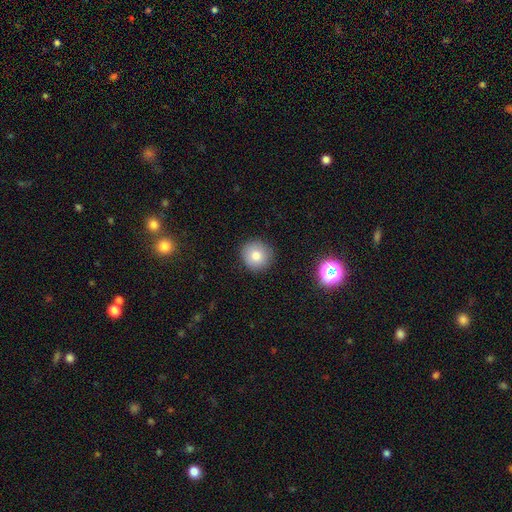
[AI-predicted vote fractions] A smooth galaxy with no disk features (80%) that is round (92%). Merging: none (90%).